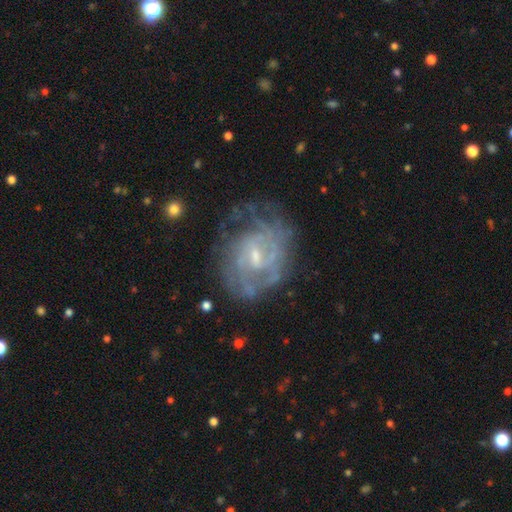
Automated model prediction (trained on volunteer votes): Morphology: type=featured or disk (82%); edge-on=no (97%); bar=weak (58%); spiral arms=yes (84%); winding=tight (55%); arm count=can't tell (51%); bulge=small (59%); merging=none (59%).